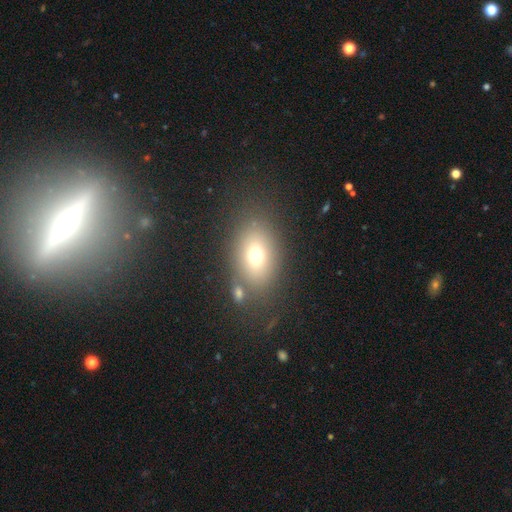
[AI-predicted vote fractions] Overall: smooth (71%). How rounded: in between (73%). Merging: none (73%).